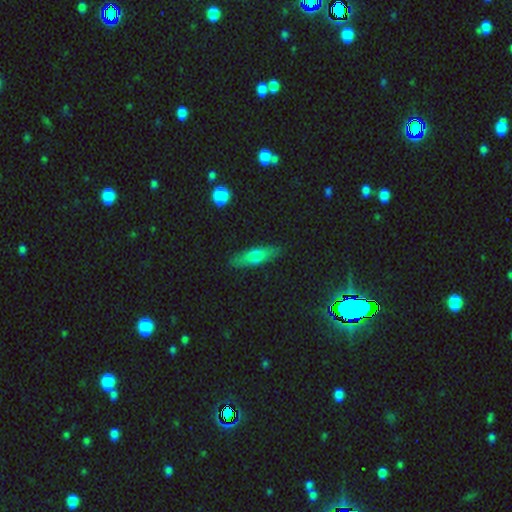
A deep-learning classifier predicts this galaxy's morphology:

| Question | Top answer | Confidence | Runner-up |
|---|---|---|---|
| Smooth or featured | smooth | 59% | featured or disk (33%) |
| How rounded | cigar-shaped | 56% | in between (40%) |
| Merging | none | 86% | minor disturbance (10%) |